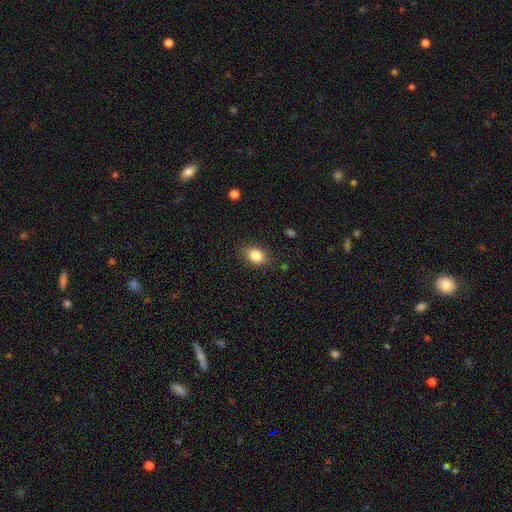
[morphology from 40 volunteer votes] smooth_or_featured: smooth (p=0.90) [alt: star or artifact p=0.07]
how_rounded: in between (p=0.78) [alt: round p=0.22]
merging: none (p=0.89) [alt: minor disturbance p=0.11]